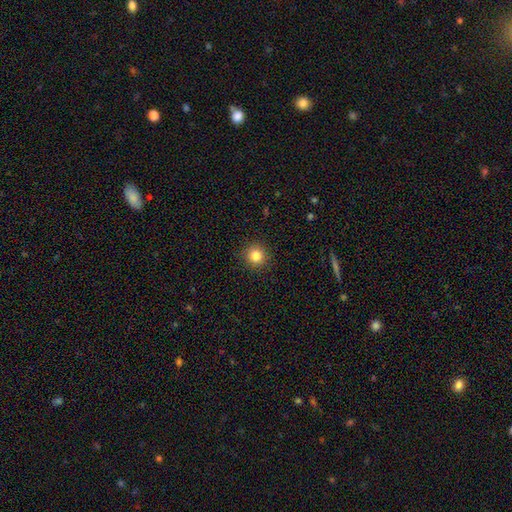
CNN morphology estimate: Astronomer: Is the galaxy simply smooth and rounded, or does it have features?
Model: smooth — 83%.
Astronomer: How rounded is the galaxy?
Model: round — 94%.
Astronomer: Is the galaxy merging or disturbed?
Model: none — 92%.